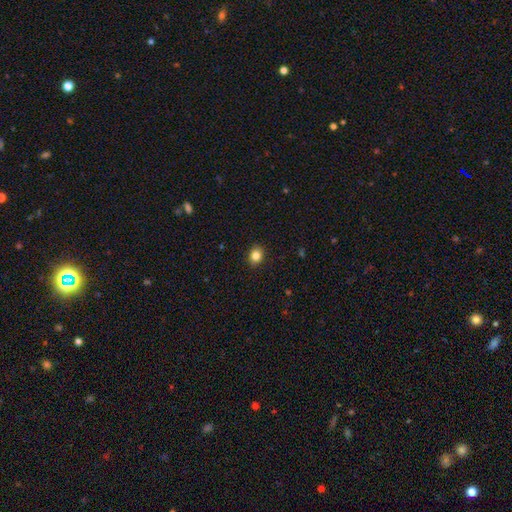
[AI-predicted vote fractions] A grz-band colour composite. It shows a smooth galaxy with no disk features (85%) that is round (60%). Merging: none (90%).